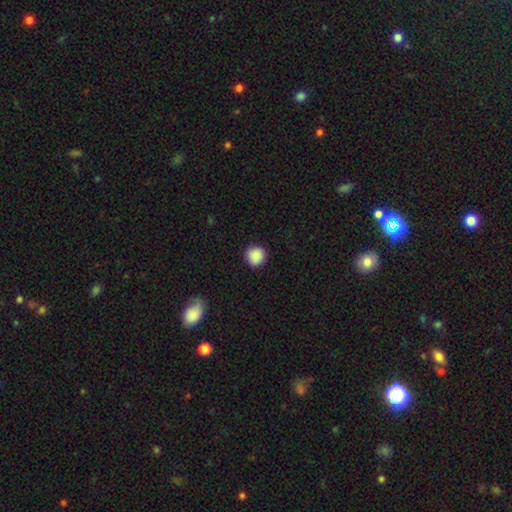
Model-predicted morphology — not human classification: Smooth or featured? Predicted: smooth (p=0.89). How rounded? Predicted: round (p=0.93). Merging? Predicted: none (p=0.90).